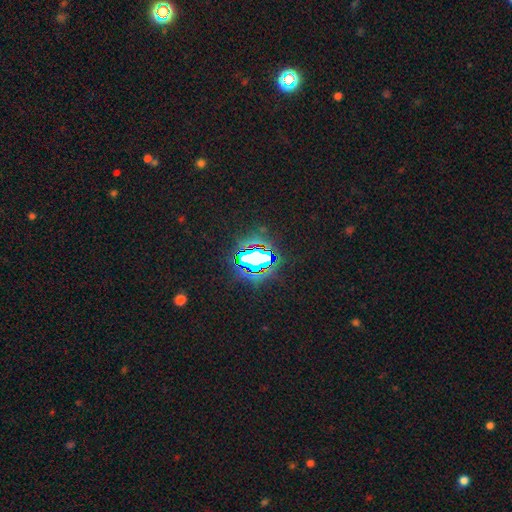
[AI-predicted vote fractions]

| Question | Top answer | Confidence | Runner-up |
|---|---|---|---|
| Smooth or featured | star or artifact | 71% | smooth (17%) |